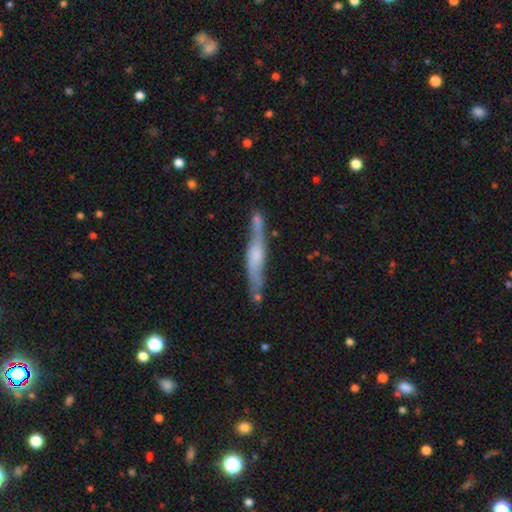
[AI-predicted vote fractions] Smooth or featured? featured or disk (64%)
Edge-on disk? yes (86%)
Edge-on bulge? rounded (58%)
Merging? none (69%)